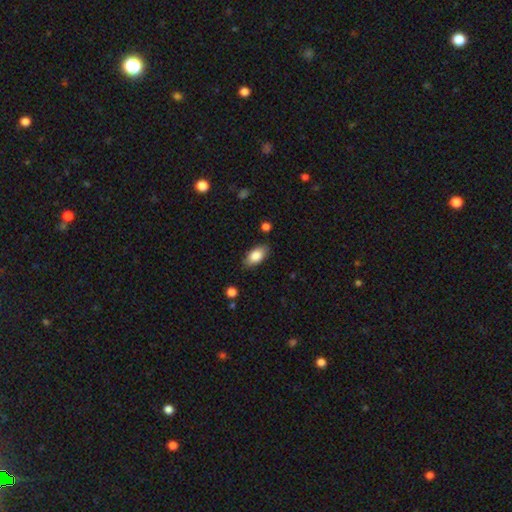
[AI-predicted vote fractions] Smooth or featured? smooth (82%)
How rounded? in between (90%)
Merging? none (84%)